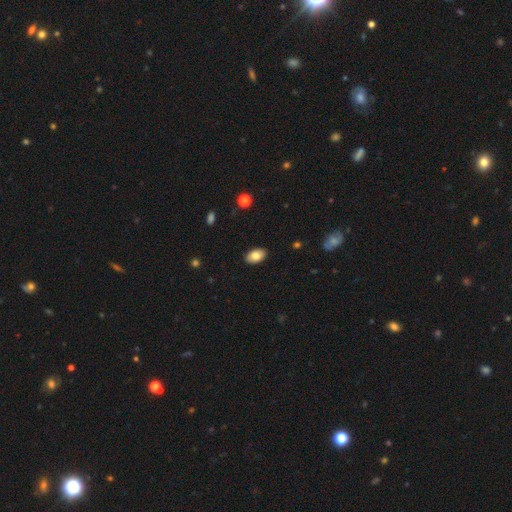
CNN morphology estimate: Smooth or featured?
  - smooth: 83% *
  - featured or disk: 10%
  - star or artifact: 7%
How rounded?
  - in between: 93% *
  - round: 6%
  - cigar-shaped: 1%
Merging?
  - none: 89% *
  - minor disturbance: 8%
  - major disturbance: 2%
  - merger: 1%